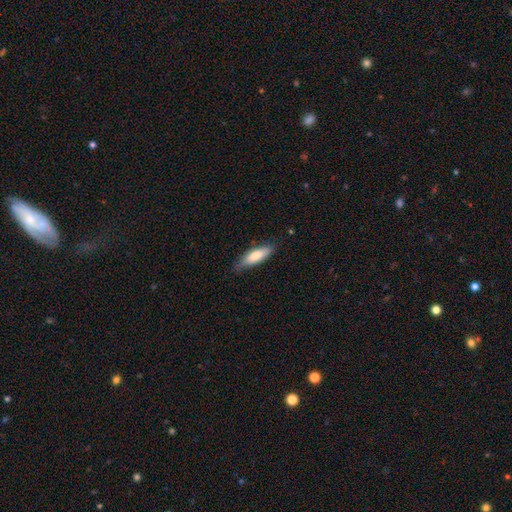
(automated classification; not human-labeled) Smooth or featured?
  - smooth: 74% *
  - featured or disk: 20%
  - star or artifact: 6%
How rounded?
  - cigar-shaped: 51% *
  - in between: 47%
  - round: 2%
Merging?
  - none: 76% *
  - minor disturbance: 20%
  - major disturbance: 3%
  - merger: 1%